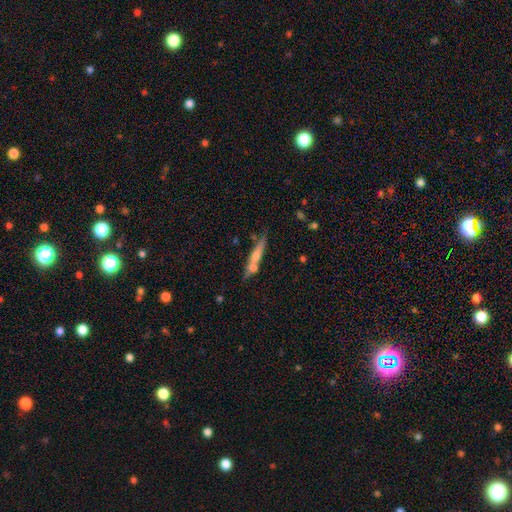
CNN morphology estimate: smooth_or_featured: featured or disk (p=0.48) [alt: smooth p=0.44]
merging: none (p=0.68) [alt: minor disturbance p=0.14]